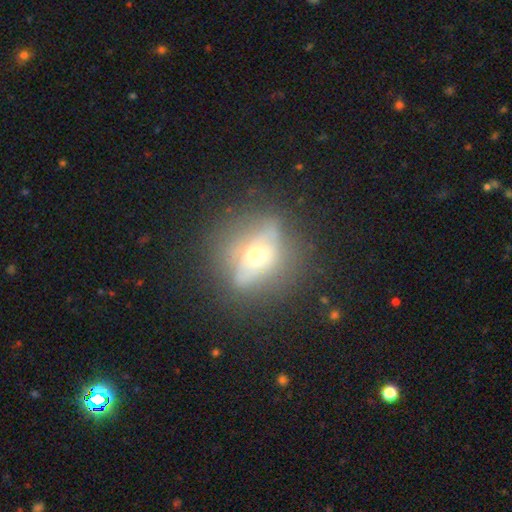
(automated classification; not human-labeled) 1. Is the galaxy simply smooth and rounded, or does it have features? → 63% featured or disk, 25% smooth, 12% star or artifact.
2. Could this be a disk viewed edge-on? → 57% yes, 43% no.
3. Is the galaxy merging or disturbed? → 74% none, 16% minor disturbance, 8% major disturbance, 2% merger.